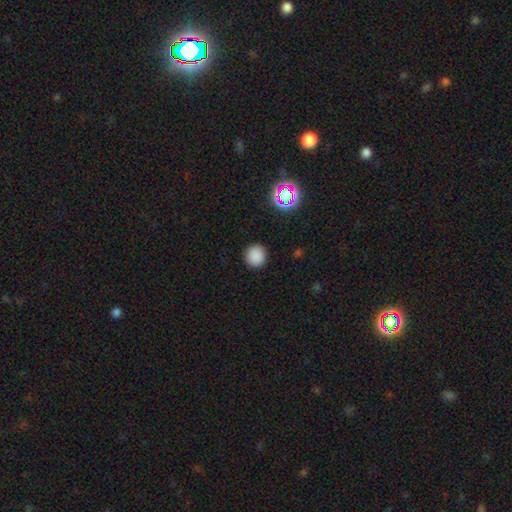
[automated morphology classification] This is clearly a smooth galaxy (84%). How rounded: clearly round (94%). Merging: clearly none (91%).